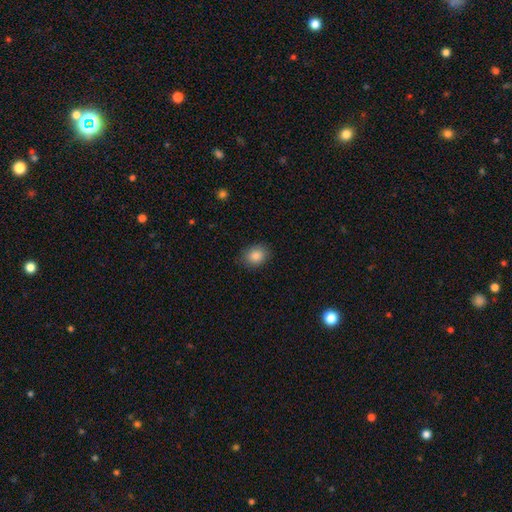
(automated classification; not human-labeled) The model was most divided on "how rounded": in between: 50%, round: 49%, cigar-shaped: 1%. More confident: smooth or featured — smooth (87%); merging — none (86%).